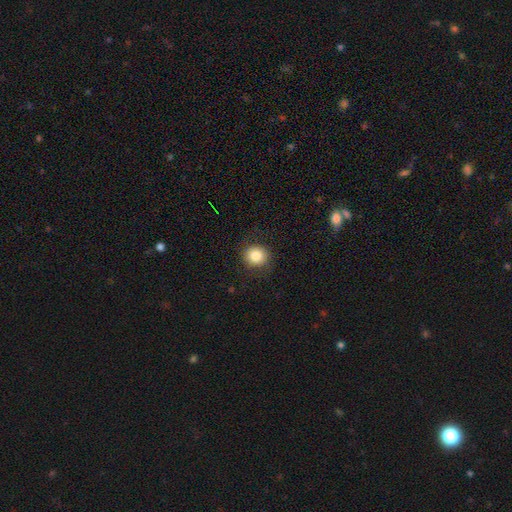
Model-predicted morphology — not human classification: smooth-or-featured: smooth: 84% | star or artifact: 10% | featured or disk: 6%
  how-rounded: round: 85% | in between: 14% | cigar-shaped: 1%
  merging: none: 87% | minor disturbance: 9% | major disturbance: 3% | merger: 1%